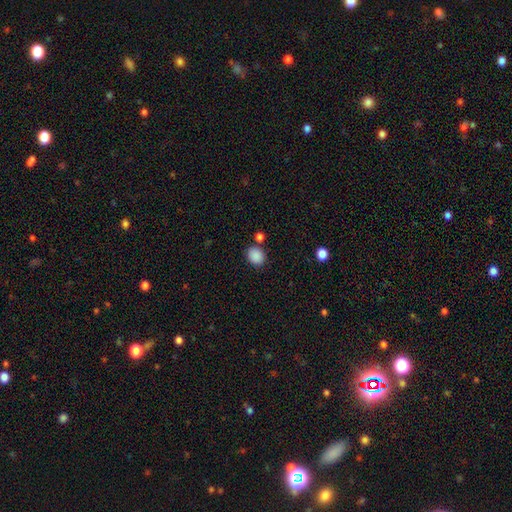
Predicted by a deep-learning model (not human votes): Overall: smooth (87%). How rounded: round (56%; in between 43%). Merging: none (77%).